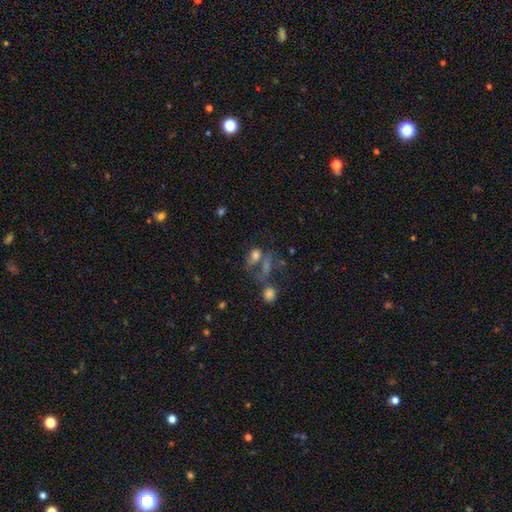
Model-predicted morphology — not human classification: type=smooth (63%); roundness=in between (59%); merging=none (32%, tied with merger).